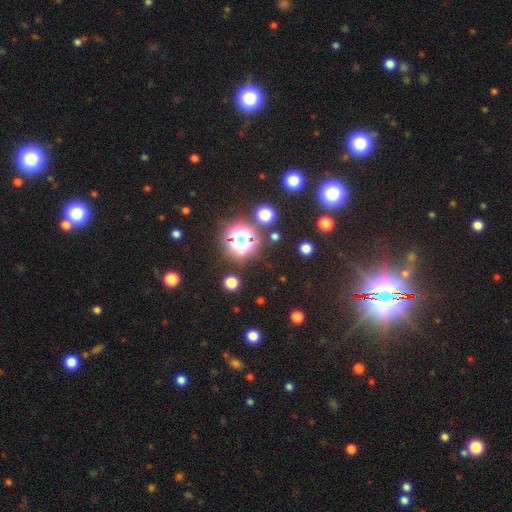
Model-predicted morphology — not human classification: type=star or artifact (83%).